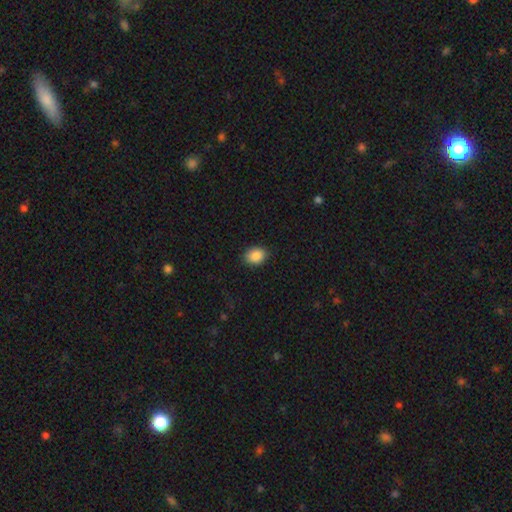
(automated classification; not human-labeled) Smooth or featured? Predicted: smooth (p=0.88). How rounded? Predicted: in between (p=0.66). Merging? Predicted: none (p=0.88).